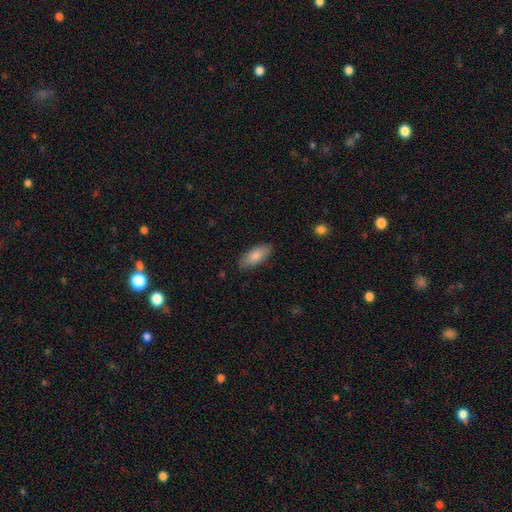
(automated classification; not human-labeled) smooth 84%, featured or disk 10%, star or artifact 6%. Down the decision tree: how rounded — in between (81%); merging — none (85%).